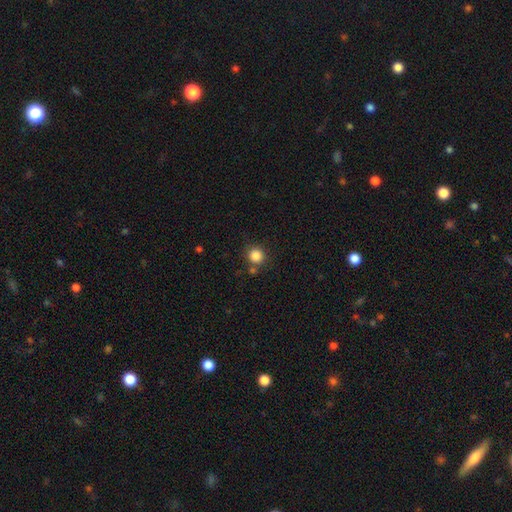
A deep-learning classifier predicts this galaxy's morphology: type=smooth (85%); roundness=round (92%); merging=none (78%).